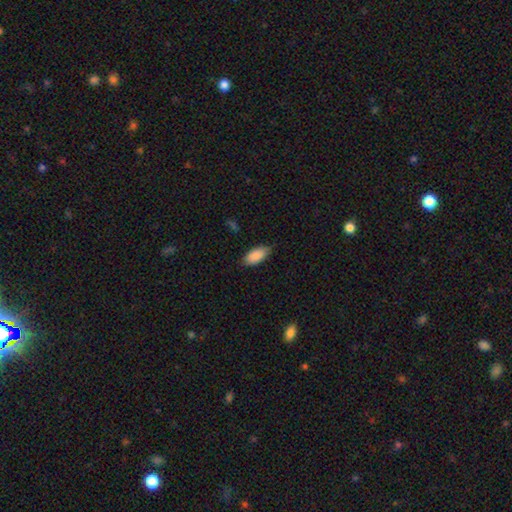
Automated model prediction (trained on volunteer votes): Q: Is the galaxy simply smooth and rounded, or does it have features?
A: smooth — 89%.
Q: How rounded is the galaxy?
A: in between — 90%.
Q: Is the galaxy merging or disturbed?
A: none — 76%.